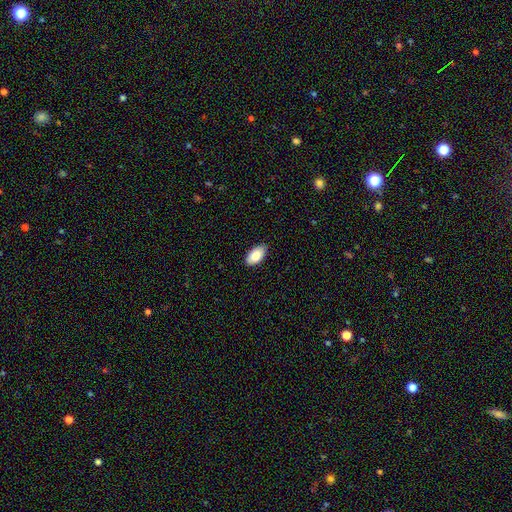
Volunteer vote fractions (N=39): Smooth or featured?
  - smooth: 77% *
  - featured or disk: 21%
  - star or artifact: 3%
How rounded?
  - in between: 100% *
  - round: 0%
  - cigar-shaped: 0%
Merging?
  - none: 76% *
  - minor disturbance: 24%
  - major disturbance: 0%
  - merger: 0%